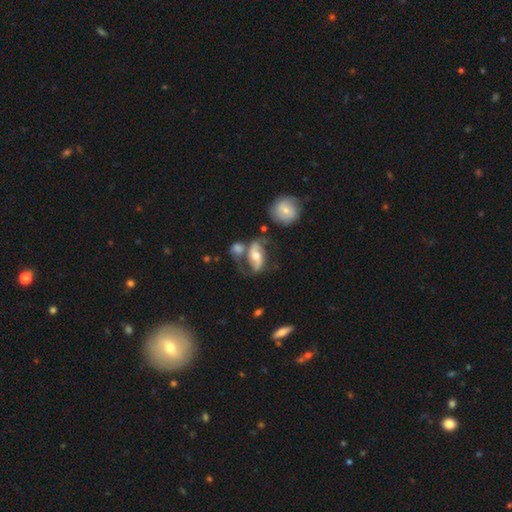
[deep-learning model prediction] The model was most divided on "bar": no: 38%, weak: 32%, strong: 30%. Remaining: edge-on disk — no (95%); spiral arm count — 2 (90%); spiral arms — yes (90%); smooth or featured — featured or disk (78%); bulge size — moderate (68%); spiral winding — loose (47%); merging — none (46%).